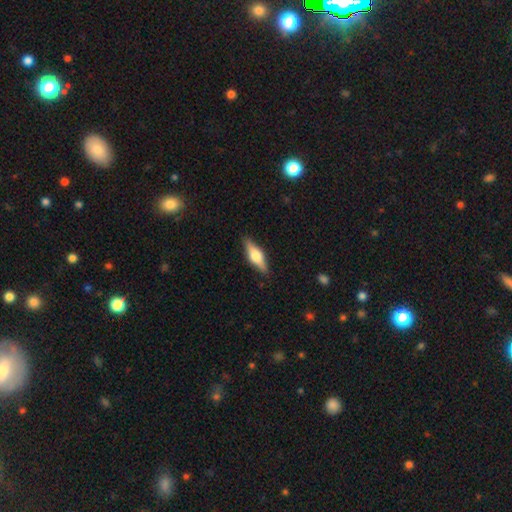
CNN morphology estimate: A featured or disk galaxy (50%).

Vote fractions:
- Smooth or featured? featured or disk: 50% / smooth: 44% / star or artifact: 6%
- Merging? none: 87% / minor disturbance: 9% / major disturbance: 2% / merger: 1%